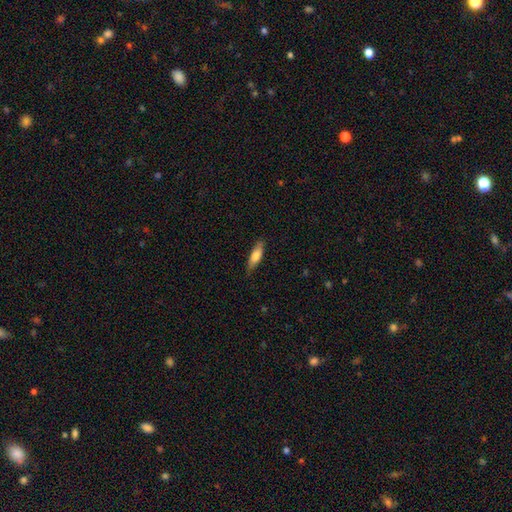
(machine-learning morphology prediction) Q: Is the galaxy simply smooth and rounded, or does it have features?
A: smooth — 71%.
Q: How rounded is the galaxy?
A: cigar-shaped — 56%.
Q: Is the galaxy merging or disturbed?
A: none — 81%.